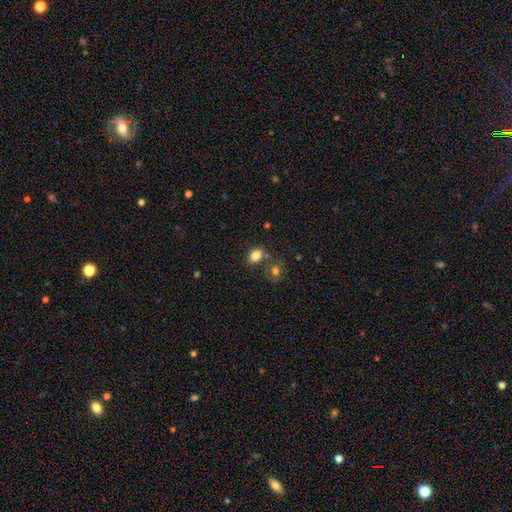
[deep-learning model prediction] smooth 82%, star or artifact 10%, featured or disk 8%. Down the decision tree: how rounded — in between (78%); merging — none (63%).